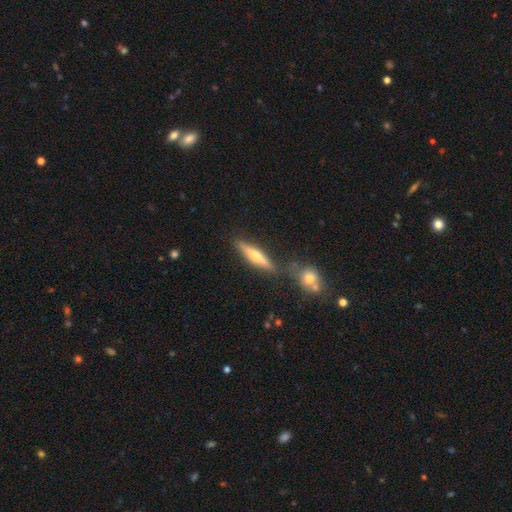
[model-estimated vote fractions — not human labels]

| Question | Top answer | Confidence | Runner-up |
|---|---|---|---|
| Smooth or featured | featured or disk | 53% | smooth (39%) |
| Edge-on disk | yes | 93% | no (7%) |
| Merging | none | 76% | merger (11%) |